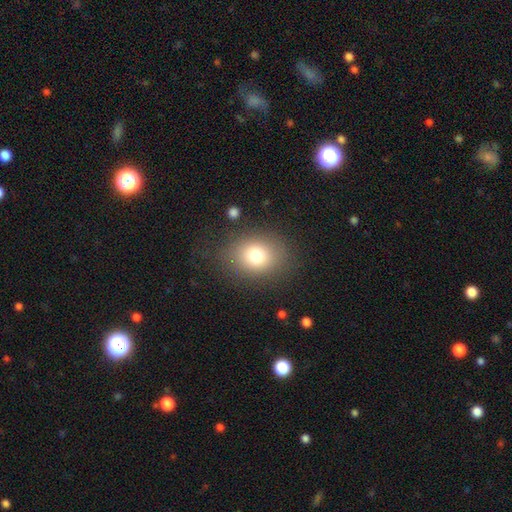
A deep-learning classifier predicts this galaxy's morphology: A smooth galaxy with no disk features (76%) that is round (55%). Merging: none (83%).